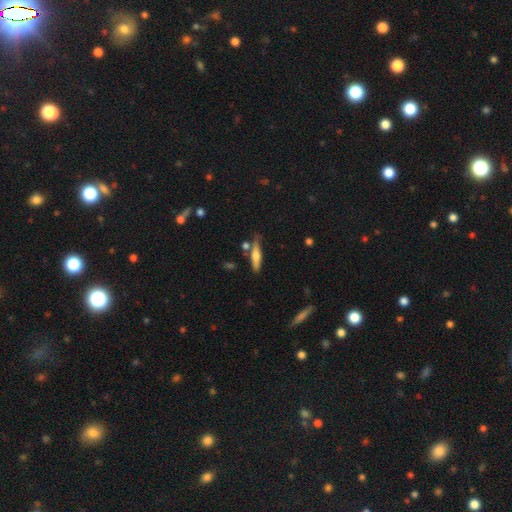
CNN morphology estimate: A smooth galaxy with no disk features (50%). Merging: none (70%).